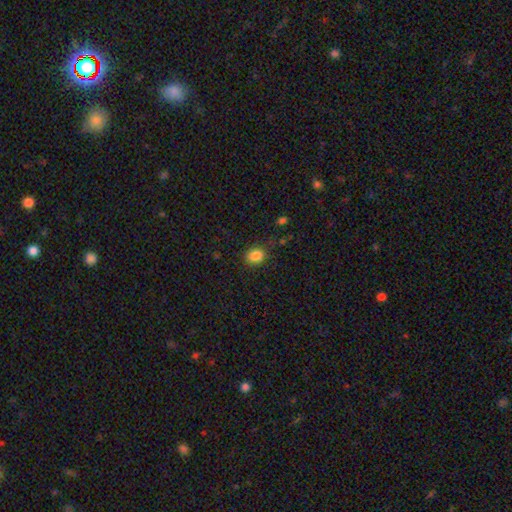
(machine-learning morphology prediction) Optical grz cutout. It shows a smooth galaxy with no disk features (85%) that is round (56%). Merging: none (83%).